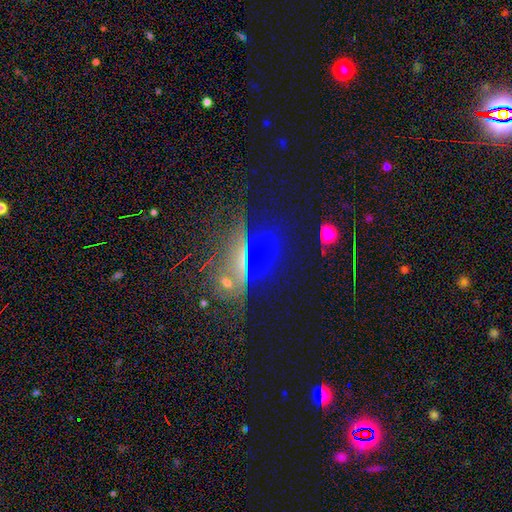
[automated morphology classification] smooth_or_featured: star or artifact (p=0.45) [alt: smooth p=0.31]